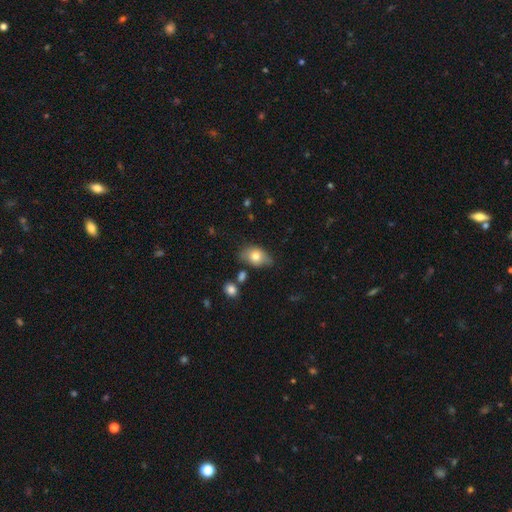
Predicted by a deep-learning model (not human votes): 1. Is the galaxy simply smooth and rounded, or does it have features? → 74% smooth, 18% featured or disk, 8% star or artifact.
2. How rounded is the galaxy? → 80% in between, 18% round, 2% cigar-shaped.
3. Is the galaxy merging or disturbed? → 58% none, 31% minor disturbance, 7% major disturbance, 5% merger.